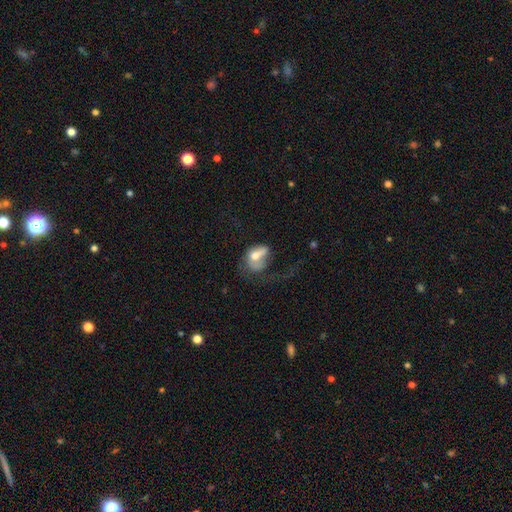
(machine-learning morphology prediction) Smooth or featured? smooth (55%)
How rounded? in between (77%)
Merging? major disturbance (51%)